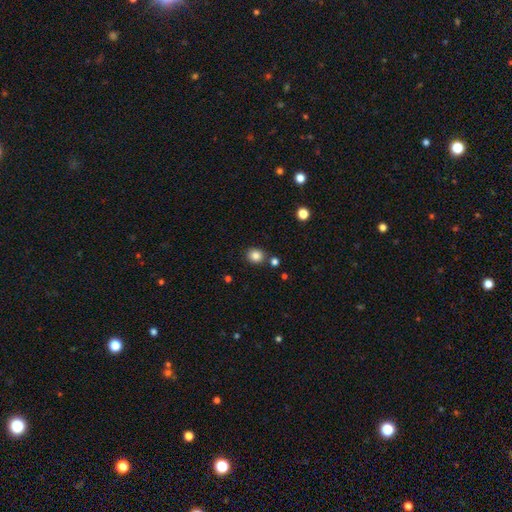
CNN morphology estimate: smooth 85%, star or artifact 11%, featured or disk 4%. Down the decision tree: how rounded — round (74%); merging — none (84%).